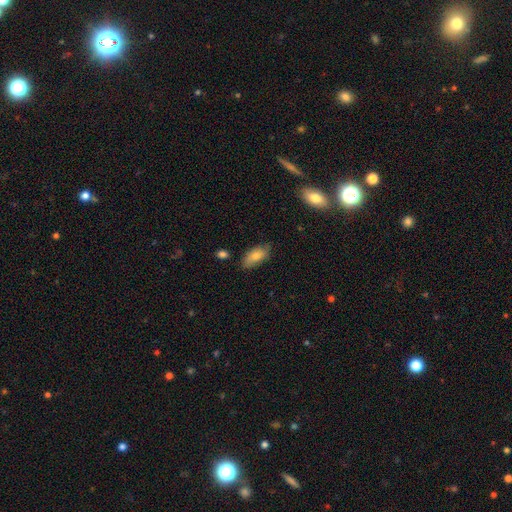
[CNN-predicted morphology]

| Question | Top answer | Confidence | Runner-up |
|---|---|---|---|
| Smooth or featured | smooth | 74% | featured or disk (18%) |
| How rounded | in between | 89% | cigar-shaped (8%) |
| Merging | none | 74% | minor disturbance (21%) |